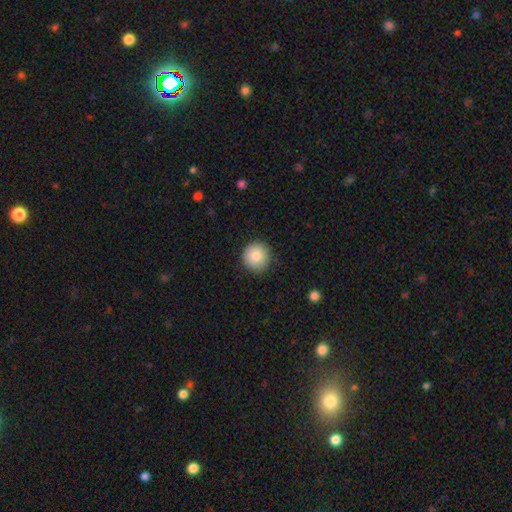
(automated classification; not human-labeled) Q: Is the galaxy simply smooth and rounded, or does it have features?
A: smooth — 85%.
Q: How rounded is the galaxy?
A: round — 95%.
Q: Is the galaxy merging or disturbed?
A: none — 89%.